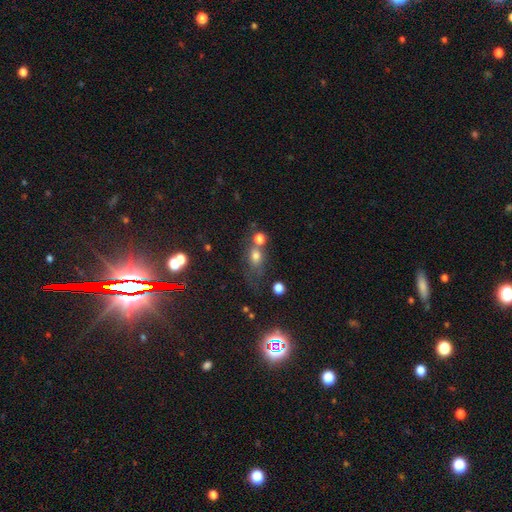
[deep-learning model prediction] Smooth or featured: smooth — 70% (star or artifact — 17%)
How rounded: in between — 52% (round — 44%)
Merging: none — 40% (merger — 36%)